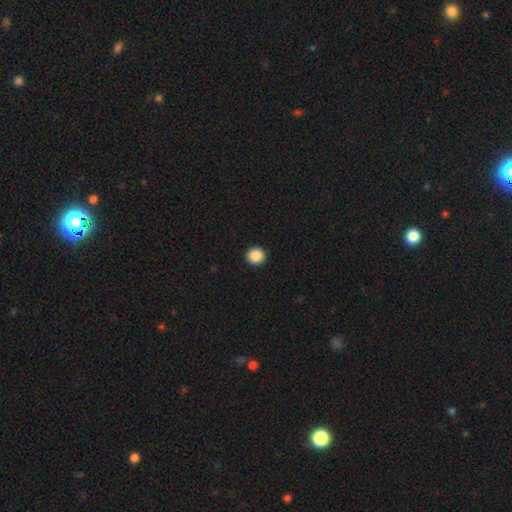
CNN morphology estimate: Smooth or featured? Predicted: smooth (p=0.88). How rounded? Predicted: round (p=0.94). Merging? Predicted: none (p=0.94).